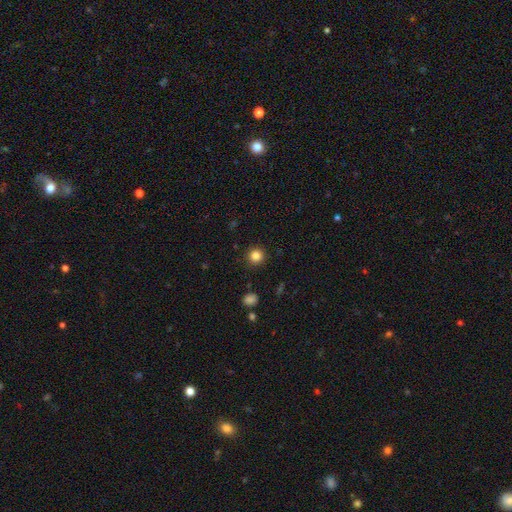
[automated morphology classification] smooth-or-featured: smooth: 84% | star or artifact: 12% | featured or disk: 4%
  how-rounded: round: 94% | in between: 5% | cigar-shaped: 1%
  merging: none: 91% | minor disturbance: 6% | major disturbance: 2% | merger: 1%